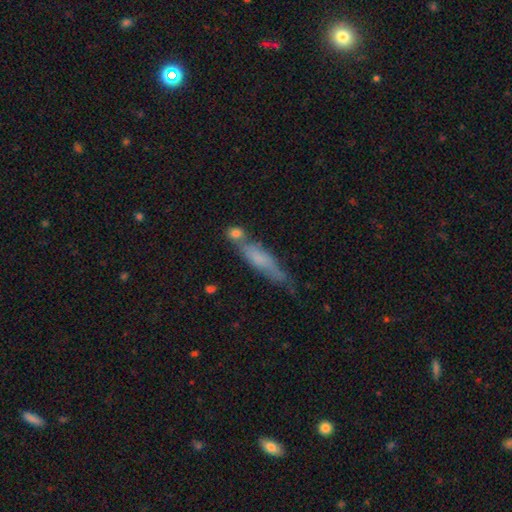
smooth 55%, featured or disk 37%, star or artifact 8%. Down the decision tree: how rounded — cigar-shaped (95%); merging — none (46%).